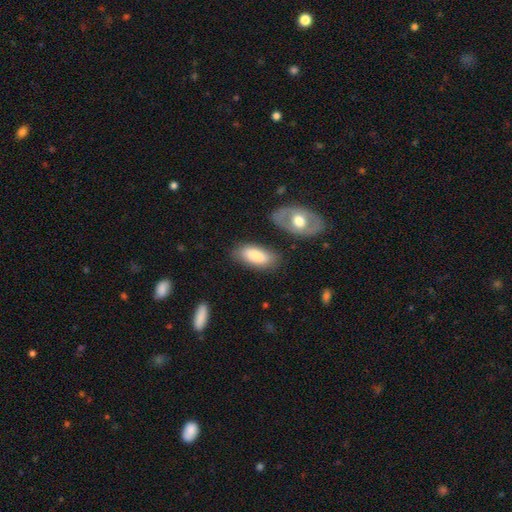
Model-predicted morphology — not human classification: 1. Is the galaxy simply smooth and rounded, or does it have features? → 79% smooth, 15% featured or disk, 6% star or artifact.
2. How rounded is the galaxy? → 88% in between, 10% cigar-shaped, 2% round.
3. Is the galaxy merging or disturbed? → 77% none, 15% minor disturbance, 5% merger, 4% major disturbance.